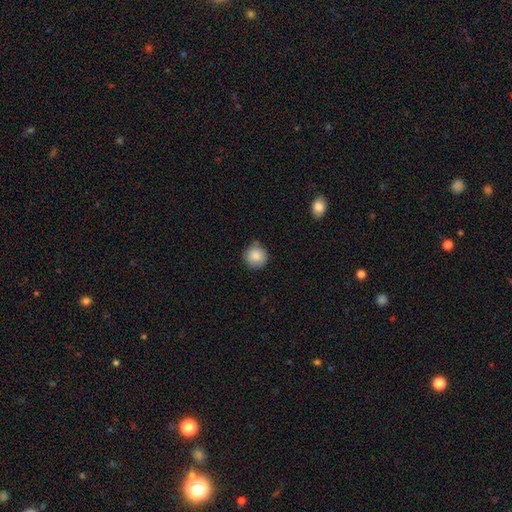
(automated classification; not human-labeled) This is clearly a smooth galaxy (88%). How rounded: clearly round (94%). Merging: clearly none (81%).